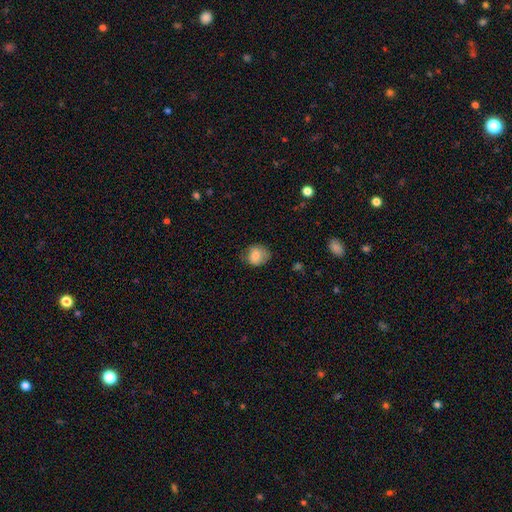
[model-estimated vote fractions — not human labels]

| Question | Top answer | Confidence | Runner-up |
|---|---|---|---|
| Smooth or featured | smooth | 77% | featured or disk (14%) |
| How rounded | round | 66% | in between (33%) |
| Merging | none | 66% | minor disturbance (26%) |